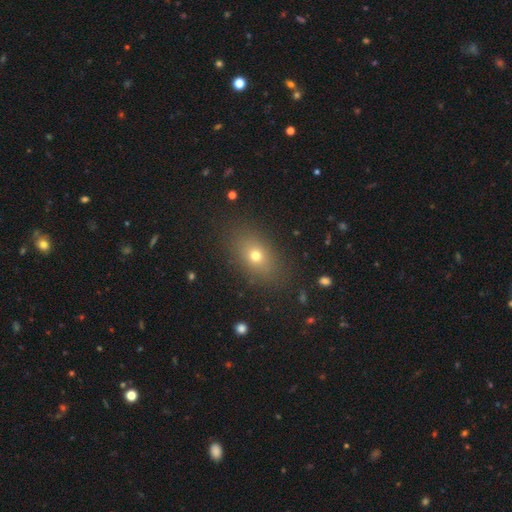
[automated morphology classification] Smooth or featured? smooth (70%)
How rounded? in between (72%)
Merging? none (85%)